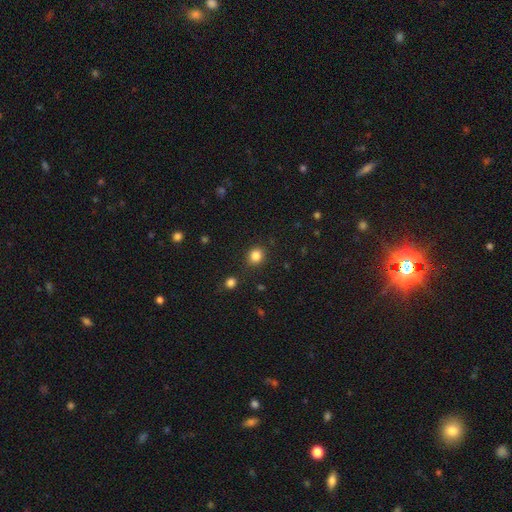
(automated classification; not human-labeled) smooth 84%, star or artifact 12%, featured or disk 4%. Down the decision tree: how rounded — round (75%); merging — none (86%).